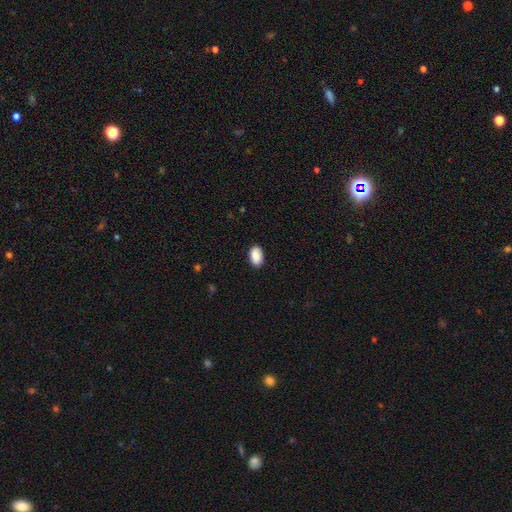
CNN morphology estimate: smooth-or-featured: smooth: 87% | star or artifact: 7% | featured or disk: 6%
  how-rounded: in between: 93% | round: 6% | cigar-shaped: 1%
  merging: none: 88% | minor disturbance: 9% | major disturbance: 2% | merger: 1%